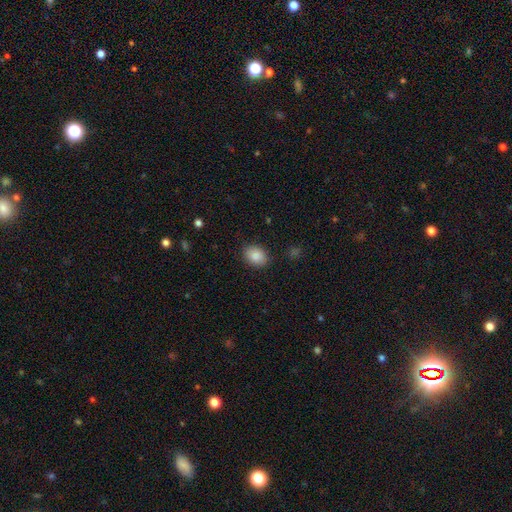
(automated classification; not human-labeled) smooth_or_featured: smooth (p=0.88) [alt: star or artifact p=0.08]
how_rounded: in between (p=0.70) [alt: round p=0.29]
merging: none (p=0.86) [alt: minor disturbance p=0.10]